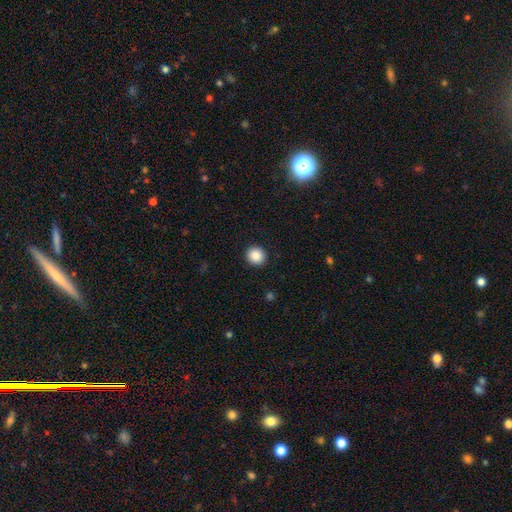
Overall: smooth (87%). How rounded: round (85%). Merging: none (100%).